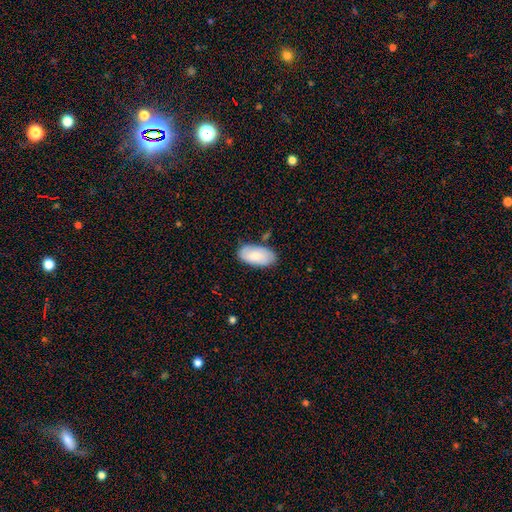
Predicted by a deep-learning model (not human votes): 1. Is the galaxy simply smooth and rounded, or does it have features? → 75% smooth, 20% featured or disk, 6% star or artifact.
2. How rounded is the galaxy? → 95% in between, 2% cigar-shaped, 2% round.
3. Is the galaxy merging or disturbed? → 77% none, 17% minor disturbance, 3% major disturbance, 3% merger.